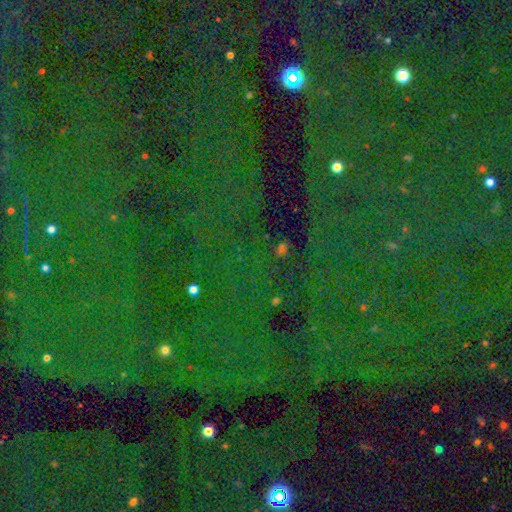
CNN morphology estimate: Smooth or featured: star or artifact — 81% (smooth — 11%)